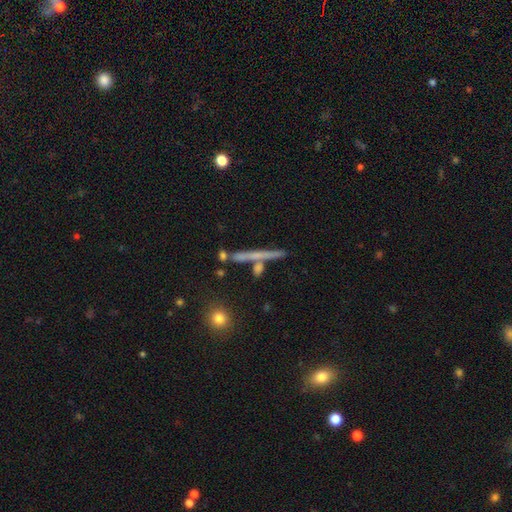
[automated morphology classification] Smooth or featured: featured or disk — 52% (smooth — 38%)
Edge-on disk: yes — 93% (no — 7%)
Merging: none — 75% (minor disturbance — 12%)